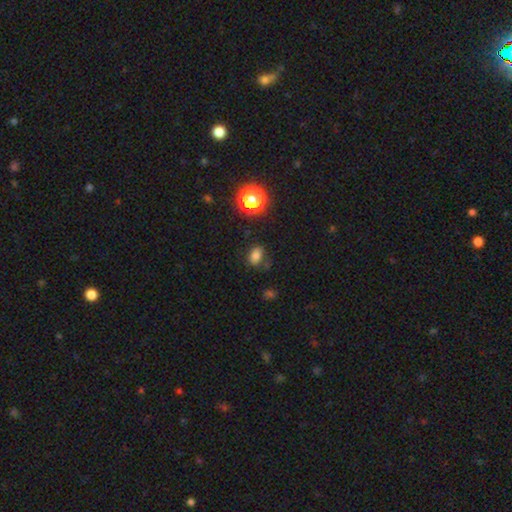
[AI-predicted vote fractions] Smooth or featured?
  - smooth: 77% *
  - star or artifact: 16%
  - featured or disk: 7%
How rounded?
  - in between: 70% *
  - round: 28%
  - cigar-shaped: 2%
Merging?
  - none: 75% *
  - minor disturbance: 16%
  - major disturbance: 6%
  - merger: 3%